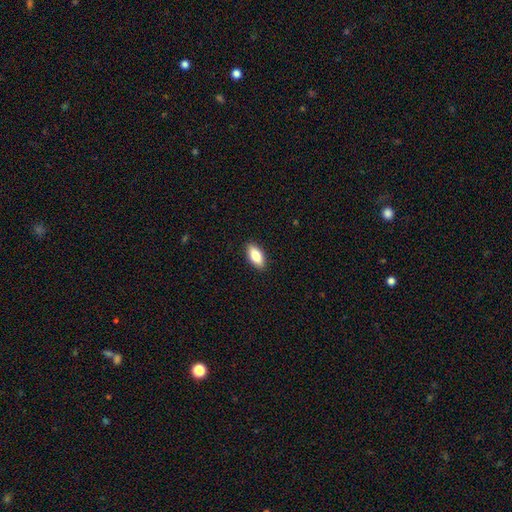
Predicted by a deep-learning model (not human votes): Q: Smooth or featured?
A: smooth (80%); runner-up: featured or disk (13%)
Q: How rounded?
A: in between (87%); runner-up: cigar-shaped (10%)
Q: Merging?
A: none (89%); runner-up: minor disturbance (8%)